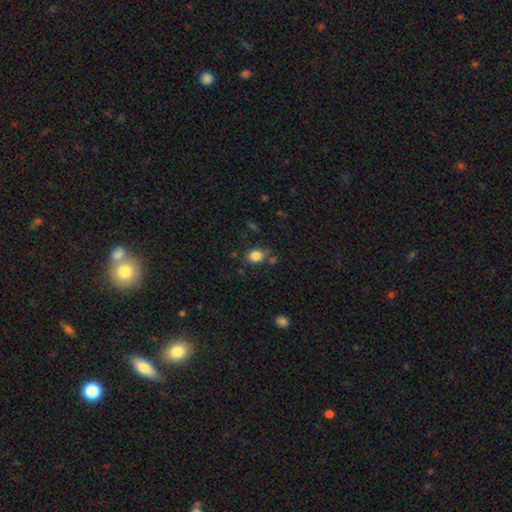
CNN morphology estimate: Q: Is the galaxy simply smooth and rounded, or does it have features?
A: smooth — 84%.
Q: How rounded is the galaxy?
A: in between — 57%.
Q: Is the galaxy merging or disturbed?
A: none — 71%.